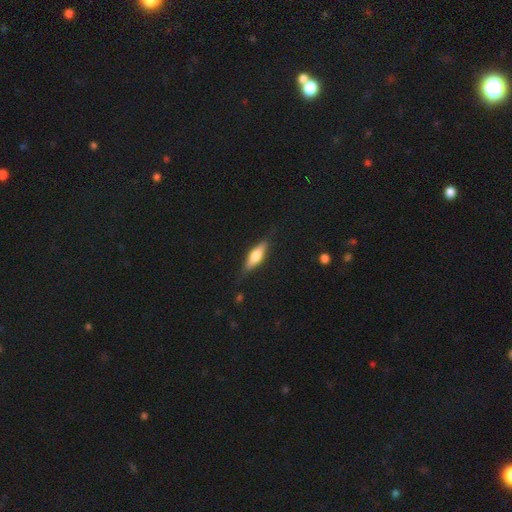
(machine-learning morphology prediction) The model was most divided on "how rounded": cigar-shaped: 53%, in between: 44%, round: 3%. More confident: merging — none (80%); smooth or featured — smooth (52%).